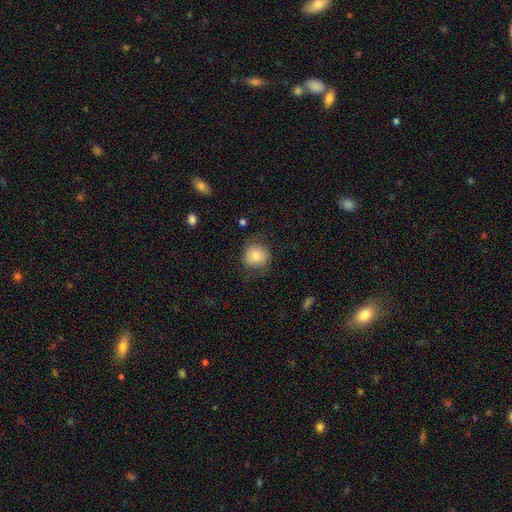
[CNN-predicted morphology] The model was most divided on "merging": none: 74%, minor disturbance: 18%, major disturbance: 7%, merger: 1%. More confident: how rounded — round (86%); smooth or featured — smooth (79%).